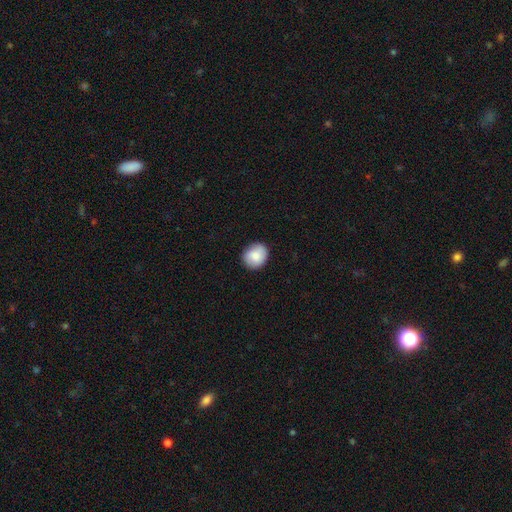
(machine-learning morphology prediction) This appears to be a smooth galaxy with no disk features (85%) that is round (68%). Merging: none (86%).